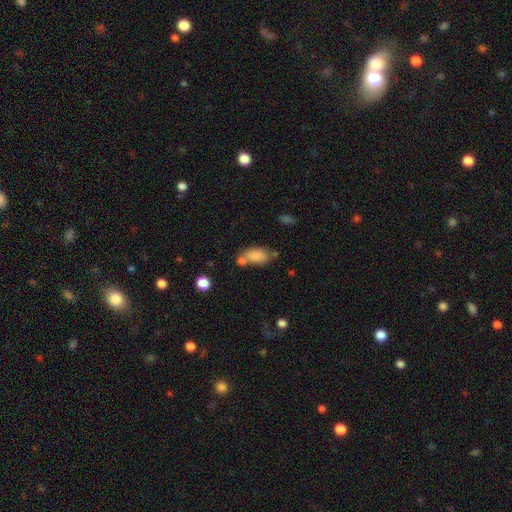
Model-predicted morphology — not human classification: Overall: smooth (83%). How rounded: in between (90%). Merging: none (47%; merger 29%).